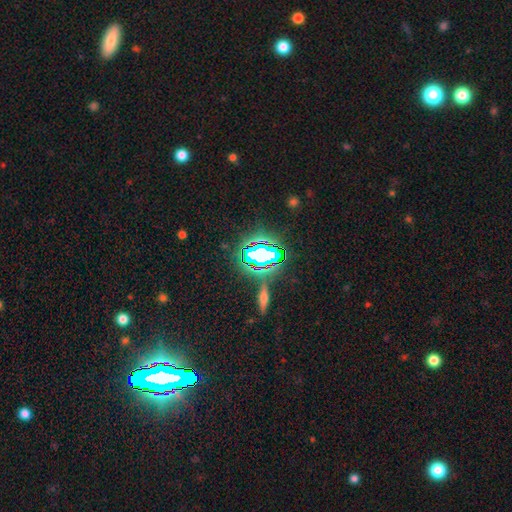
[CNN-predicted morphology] Overall: star or artifact (77%).